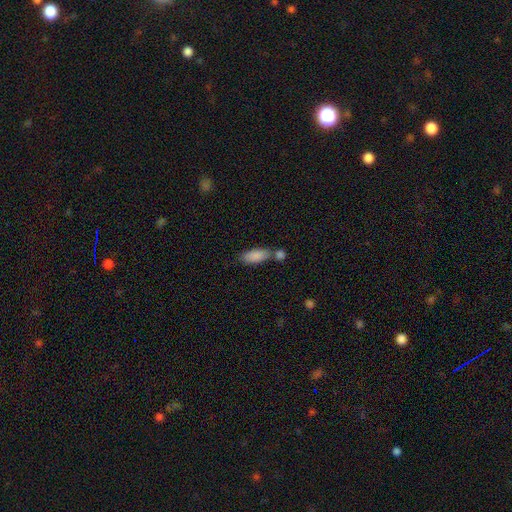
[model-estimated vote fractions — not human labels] Smooth or featured? Predicted: smooth (p=0.87). How rounded? Predicted: in between (p=0.80). Merging? Predicted: none (p=0.54).